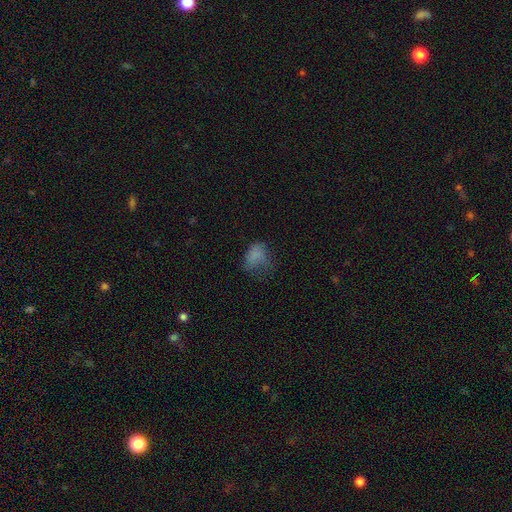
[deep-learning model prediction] Q: Smooth or featured?
A: smooth (71%); runner-up: star or artifact (15%)
Q: How rounded?
A: in between (75%); runner-up: round (23%)
Q: Merging?
A: major disturbance (38%); runner-up: none (32%)